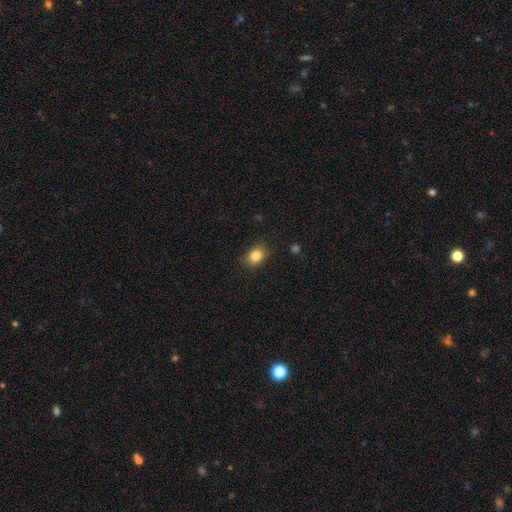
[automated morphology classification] smooth_or_featured: smooth (p=0.84) [alt: star or artifact p=0.10]
how_rounded: in between (p=0.56) [alt: round p=0.43]
merging: none (p=0.83) [alt: minor disturbance p=0.13]